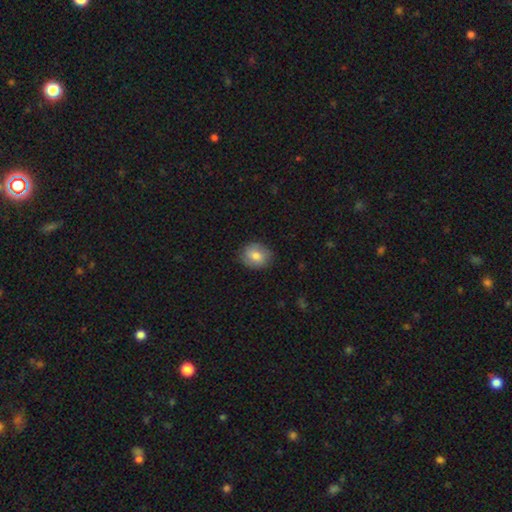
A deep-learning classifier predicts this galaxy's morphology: Overall: smooth (77%). How rounded: round (68%; in between 31%). Merging: none (83%).